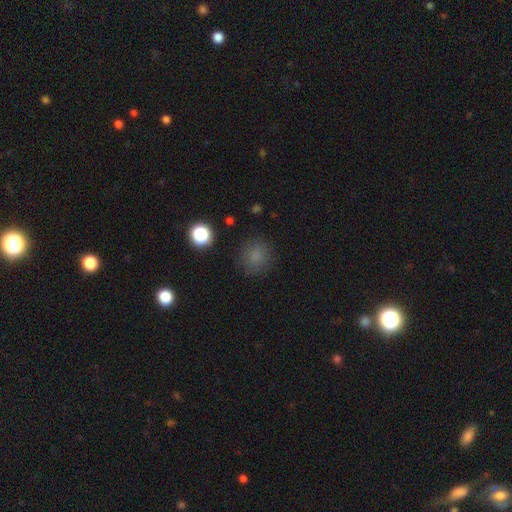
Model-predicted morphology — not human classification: smooth 80%, star or artifact 15%, featured or disk 5%. Down the decision tree: how rounded — round (89%); merging — none (85%).